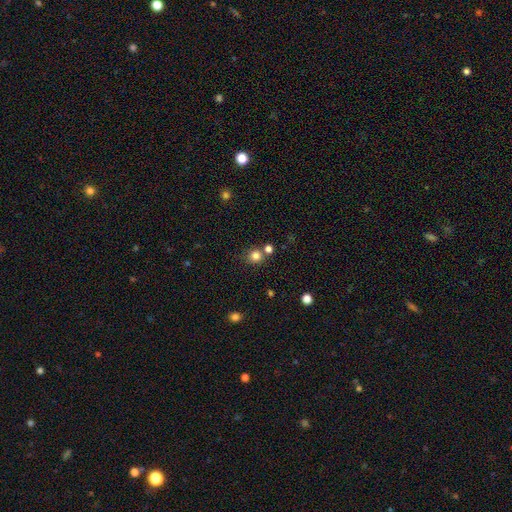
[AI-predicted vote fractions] Morphology: type=smooth (81%); roundness=round (89%); merging=none (70%).